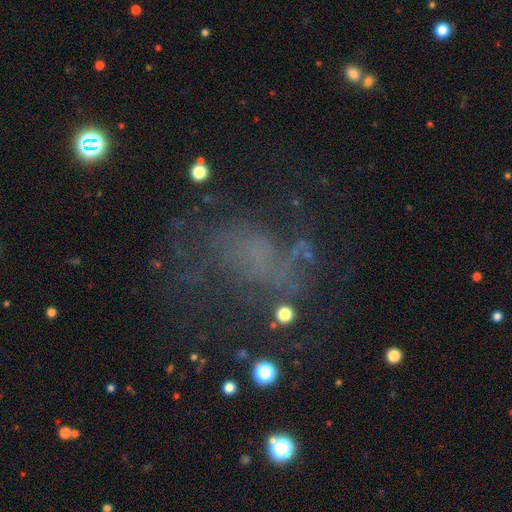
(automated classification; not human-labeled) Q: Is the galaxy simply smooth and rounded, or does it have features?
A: featured or disk — 46%.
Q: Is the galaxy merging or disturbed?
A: none — 44%.